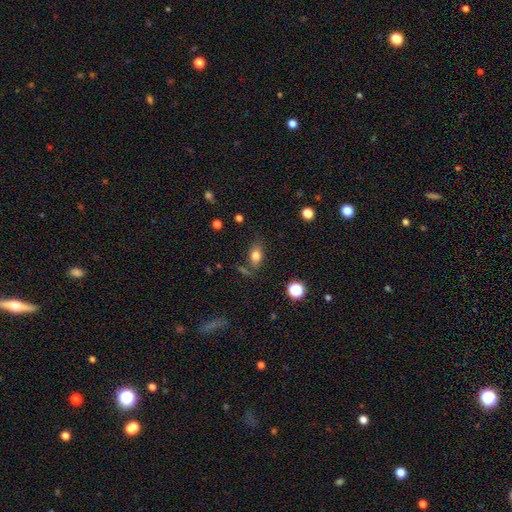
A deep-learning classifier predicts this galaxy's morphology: Smooth or featured?
  - smooth: 78% *
  - star or artifact: 11%
  - featured or disk: 10%
How rounded?
  - in between: 79% *
  - round: 17%
  - cigar-shaped: 4%
Merging?
  - none: 72% *
  - minor disturbance: 17%
  - merger: 6%
  - major disturbance: 5%